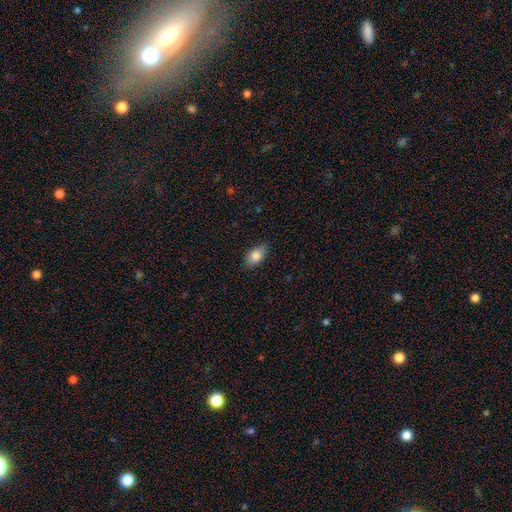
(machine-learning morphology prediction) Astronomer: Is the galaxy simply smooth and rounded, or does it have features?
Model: smooth — 81%.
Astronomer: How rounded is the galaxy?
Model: in between — 90%.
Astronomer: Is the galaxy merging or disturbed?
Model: none — 84%.